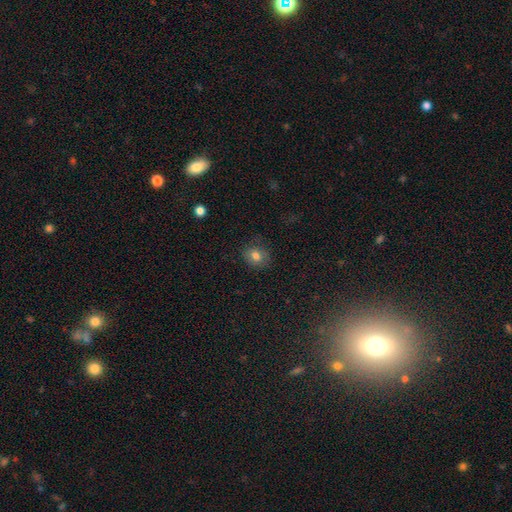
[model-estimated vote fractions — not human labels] Smooth or featured?
  - smooth: 78% *
  - star or artifact: 12%
  - featured or disk: 10%
How rounded?
  - round: 67% *
  - in between: 32%
  - cigar-shaped: 1%
Merging?
  - none: 80% *
  - minor disturbance: 14%
  - major disturbance: 4%
  - merger: 1%